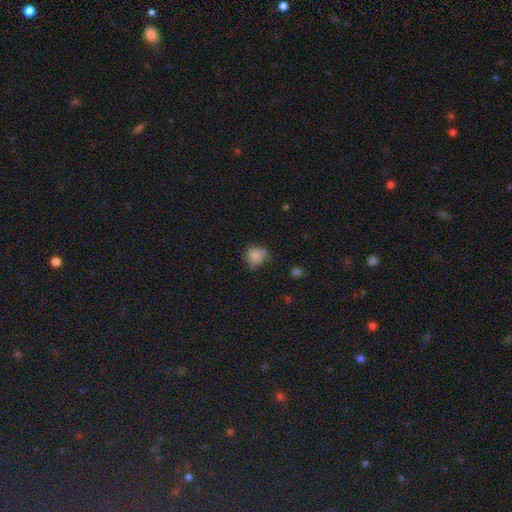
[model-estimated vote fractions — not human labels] Overall: smooth (80%). How rounded: round (74%). Merging: none (51%; minor disturbance 33%).